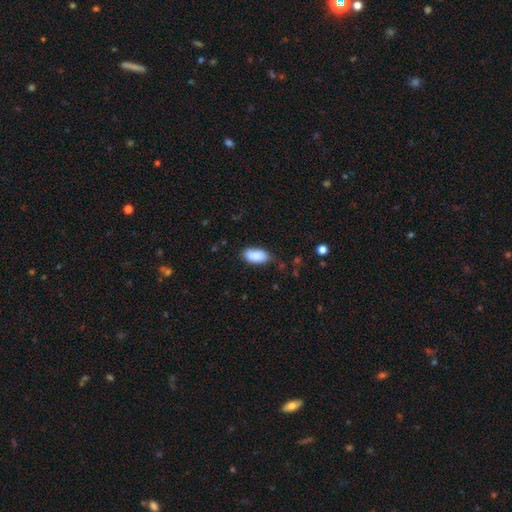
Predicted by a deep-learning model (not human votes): Q: Smooth or featured?
A: smooth (88%); runner-up: star or artifact (7%)
Q: How rounded?
A: in between (92%); runner-up: cigar-shaped (6%)
Q: Merging?
A: none (74%); runner-up: minor disturbance (19%)